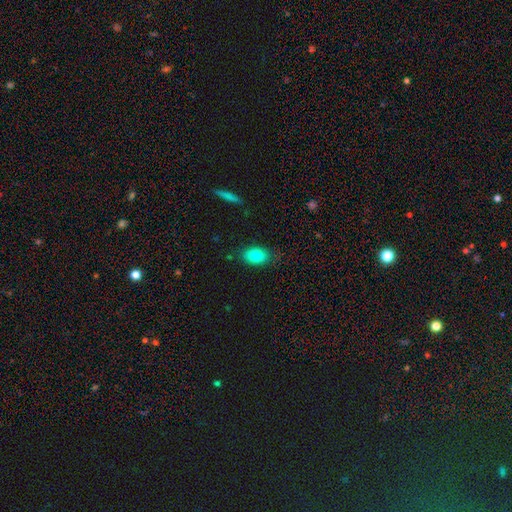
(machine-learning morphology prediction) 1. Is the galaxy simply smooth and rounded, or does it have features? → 83% smooth, 8% star or artifact, 8% featured or disk.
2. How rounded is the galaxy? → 87% in between, 11% round, 2% cigar-shaped.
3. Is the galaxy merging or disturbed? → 81% none, 14% minor disturbance, 3% major disturbance, 2% merger.